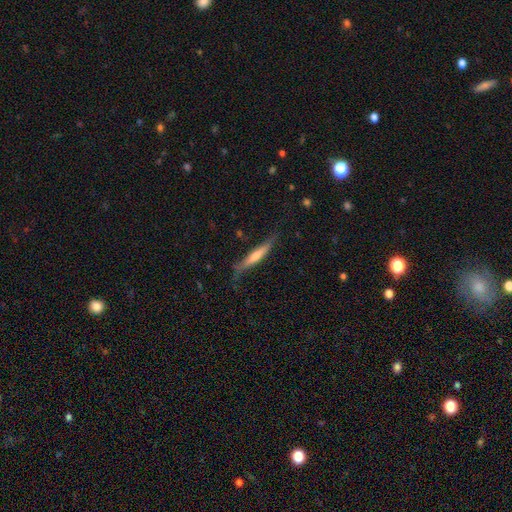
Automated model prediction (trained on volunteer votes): The model was most divided on "smooth or featured": featured or disk: 54%, smooth: 40%, star or artifact: 6%. More confident: edge-on disk — yes (93%); merging — none (71%); edge-on bulge — rounded (61%).